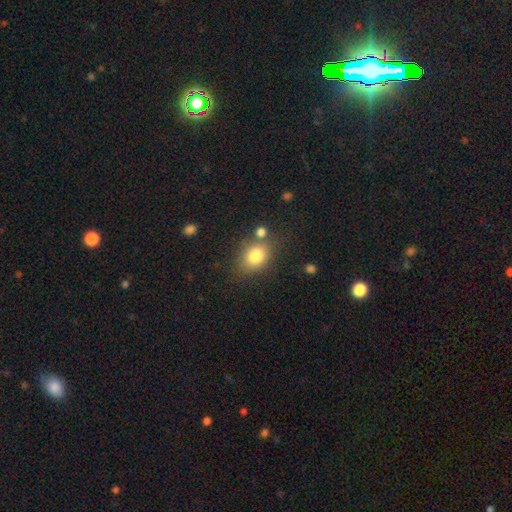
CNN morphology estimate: Smooth or featured?
  - smooth: 80% *
  - star or artifact: 10%
  - featured or disk: 10%
How rounded?
  - in between: 56% *
  - round: 42%
  - cigar-shaped: 1%
Merging?
  - none: 70% *
  - minor disturbance: 14%
  - merger: 11%
  - major disturbance: 5%